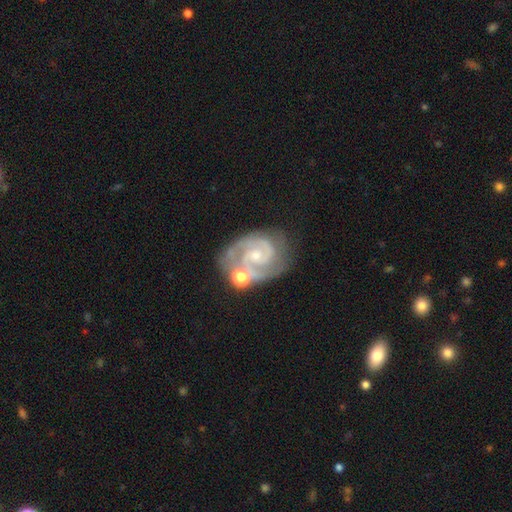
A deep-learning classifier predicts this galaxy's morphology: Smooth or featured? Predicted: featured or disk (p=0.90). Edge-on disk? Predicted: no (p=0.98). Bar? Predicted: no (p=0.61). Spiral arms? Predicted: yes (p=0.98). Spiral winding? Predicted: tight (p=0.55). Spiral arm count? Predicted: 2 (p=0.78). Bulge size? Predicted: small (p=0.70). Merging? Predicted: none (p=0.58).